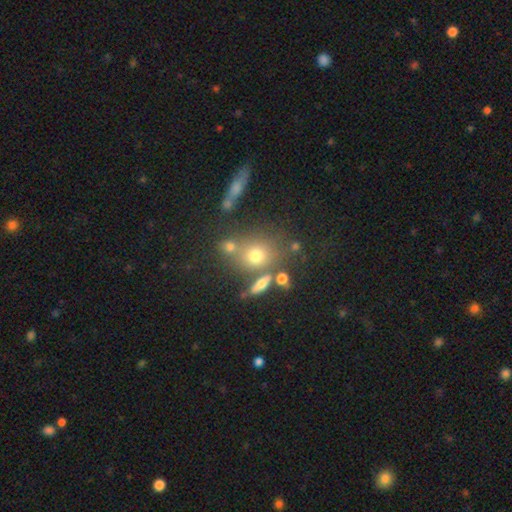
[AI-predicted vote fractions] Smooth or featured? Predicted: smooth (p=0.65). How rounded? Predicted: round (p=0.60). Merging? Predicted: none (p=0.60).